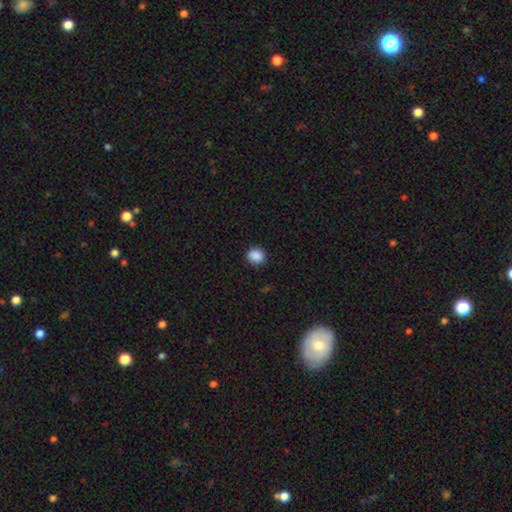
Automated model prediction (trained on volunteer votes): Smooth or featured: smooth — 88% (star or artifact — 9%)
How rounded: round — 79% (in between — 20%)
Merging: none — 87% (minor disturbance — 9%)